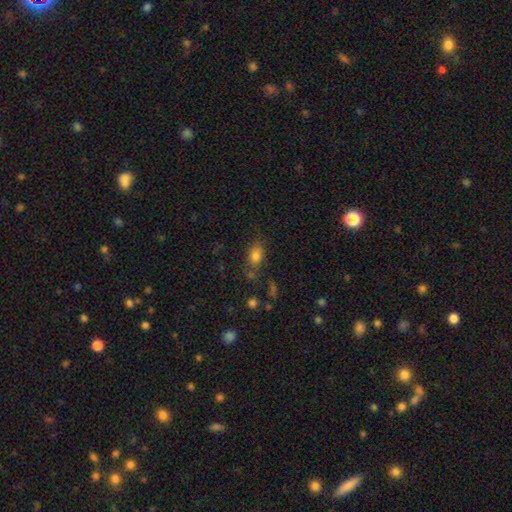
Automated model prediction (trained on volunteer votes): smooth_or_featured: smooth (p=0.77) [alt: star or artifact p=0.12]
how_rounded: in between (p=0.80) [alt: round p=0.15]
merging: none (p=0.61) [alt: minor disturbance p=0.19]